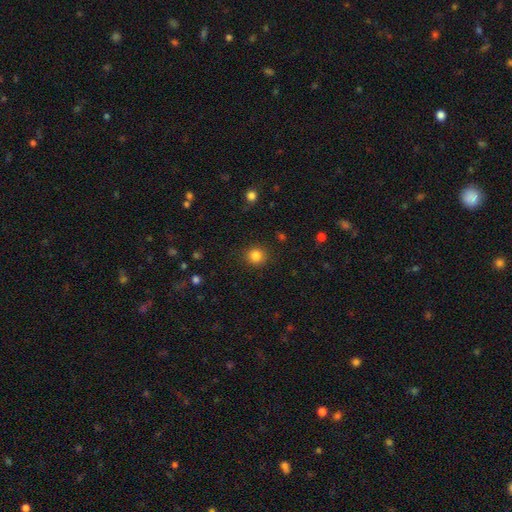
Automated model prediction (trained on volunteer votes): Smooth or featured? smooth (84%)
How rounded? round (90%)
Merging? none (89%)